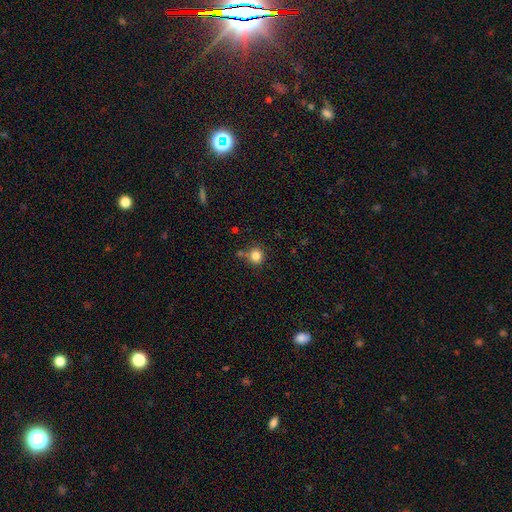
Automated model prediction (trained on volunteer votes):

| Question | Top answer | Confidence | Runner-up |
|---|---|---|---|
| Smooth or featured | smooth | 84% | star or artifact (11%) |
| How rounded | round | 89% | in between (10%) |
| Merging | none | 73% | minor disturbance (12%) |